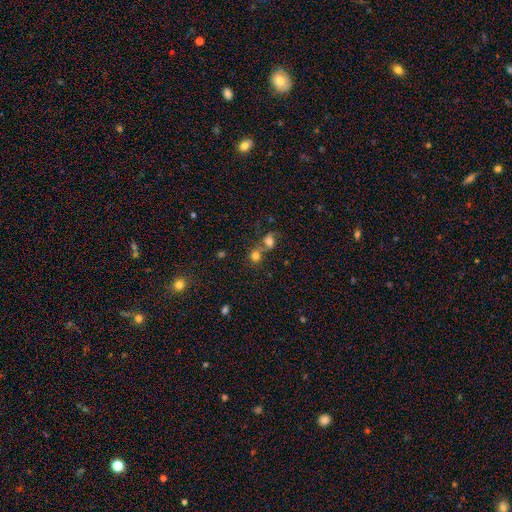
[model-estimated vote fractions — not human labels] A smooth galaxy with no disk features (74%) that is round (82%).

Vote fractions:
- Smooth or featured? smooth: 74% / star or artifact: 14% / featured or disk: 12%
- How rounded? round: 82% / in between: 17% / cigar-shaped: 1%
- Merging? none: 45% / merger: 43% / minor disturbance: 8% / major disturbance: 4%